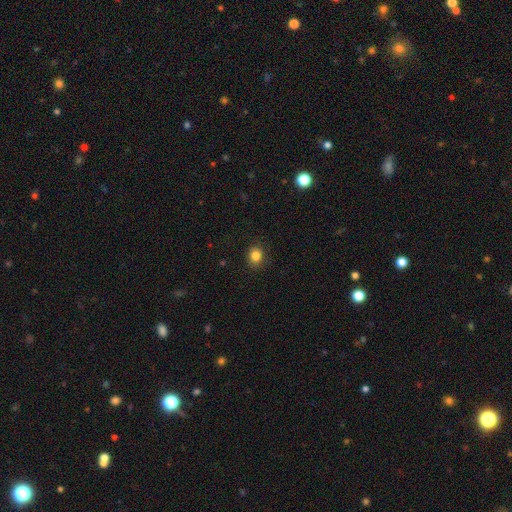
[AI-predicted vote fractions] A smooth galaxy with no disk features (84%) that is round (71%).

Vote fractions:
- Smooth or featured? smooth: 84% / star or artifact: 11% / featured or disk: 5%
- How rounded? round: 71% / in between: 28% / cigar-shaped: 1%
- Merging? none: 88% / minor disturbance: 9% / major disturbance: 2% / merger: 1%